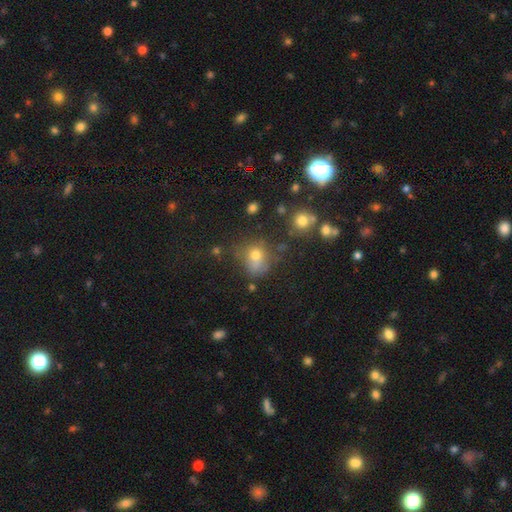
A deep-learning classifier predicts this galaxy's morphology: Q: Smooth or featured?
A: smooth (69%); runner-up: star or artifact (19%)
Q: How rounded?
A: round (63%); runner-up: in between (35%)
Q: Merging?
A: none (53%); runner-up: minor disturbance (23%)